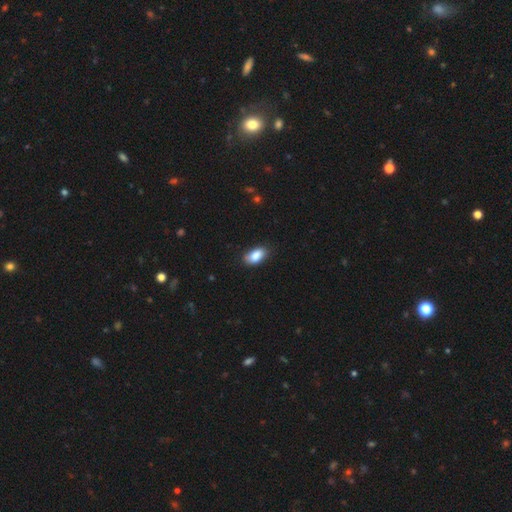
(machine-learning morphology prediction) Smooth or featured? Predicted: smooth (p=0.87). How rounded? Predicted: in between (p=0.93). Merging? Predicted: none (p=0.80).